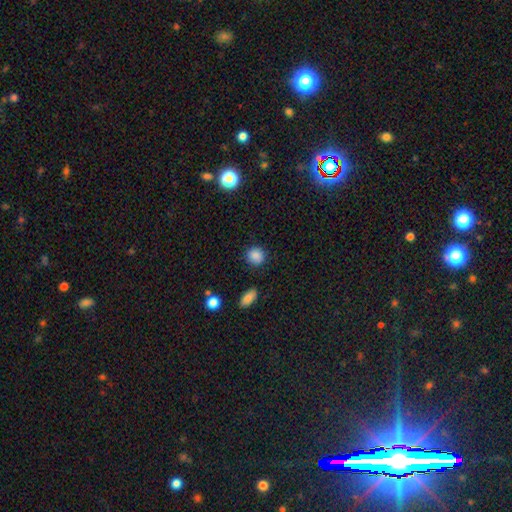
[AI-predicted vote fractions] This is clearly a smooth galaxy (87%). How rounded: clearly round (87%). Merging: clearly none (88%).